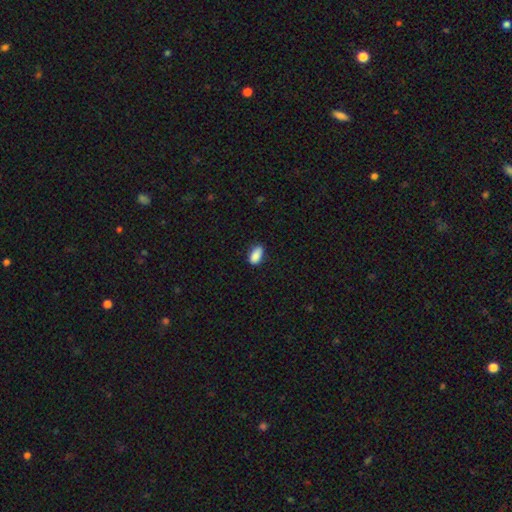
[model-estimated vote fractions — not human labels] A smooth galaxy with no disk features (88%) that is in between round and cigar-shaped (90%). Merging: none (76%).